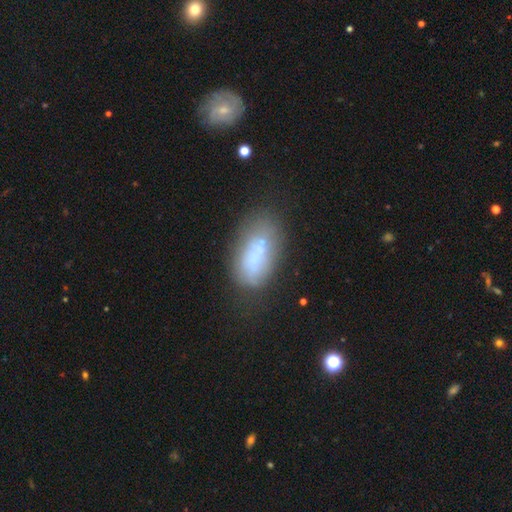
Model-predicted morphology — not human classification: Smooth or featured? smooth (61%)
How rounded? in between (87%)
Merging? none (47%)